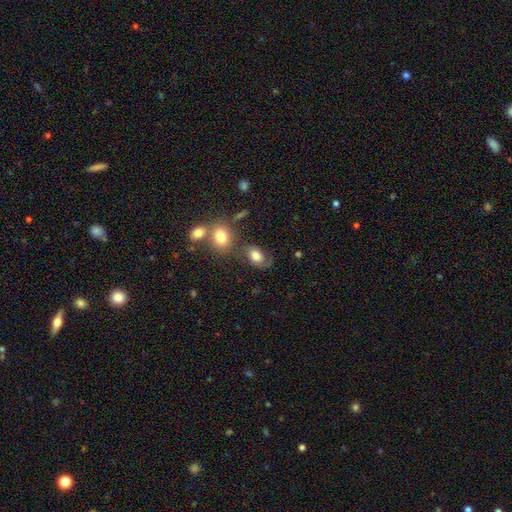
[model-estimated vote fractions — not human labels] This appears to be a smooth galaxy with no disk features (68%) that is in between round and cigar-shaped (80%). Merging: none (53%).